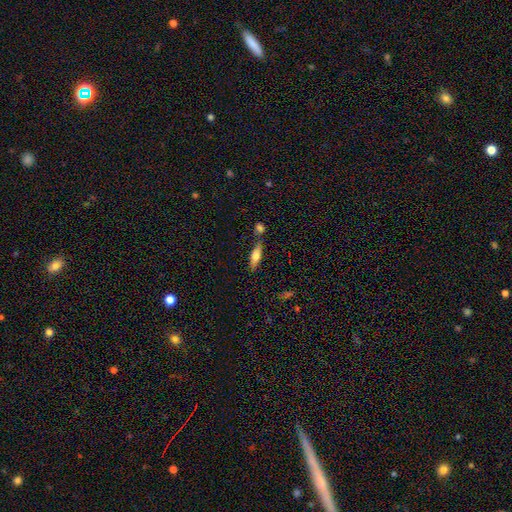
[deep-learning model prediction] Smooth or featured?
  - smooth: 56% *
  - featured or disk: 36%
  - star or artifact: 7%
How rounded?
  - cigar-shaped: 53% *
  - in between: 44%
  - round: 3%
Merging?
  - none: 65% *
  - merger: 18%
  - minor disturbance: 13%
  - major disturbance: 4%